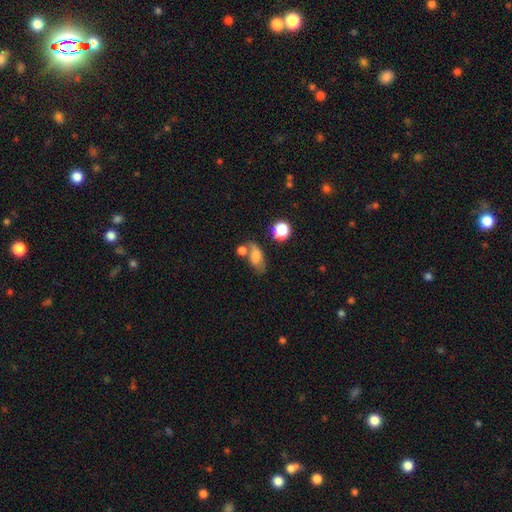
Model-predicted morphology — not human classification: Smooth or featured? Predicted: smooth (p=0.75). How rounded? Predicted: in between (p=0.82). Merging? Predicted: none (p=0.44).